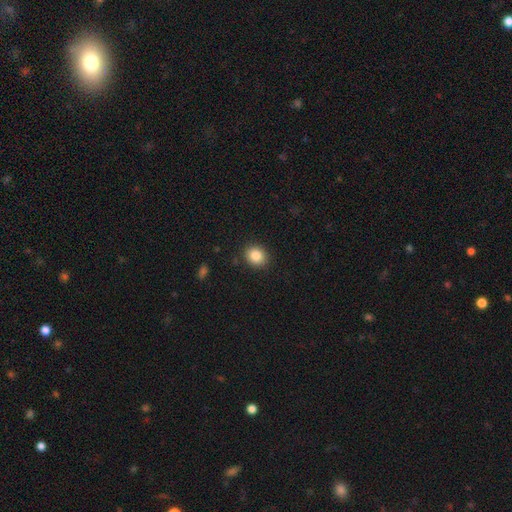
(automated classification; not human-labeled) Smooth or featured? smooth (86%)
How rounded? round (67%)
Merging? none (89%)